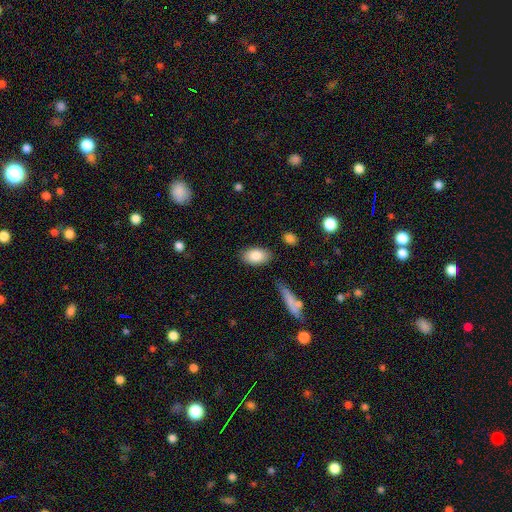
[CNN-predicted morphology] smooth 86%, featured or disk 7%, star or artifact 6%. Down the decision tree: how rounded — in between (92%); merging — none (82%).